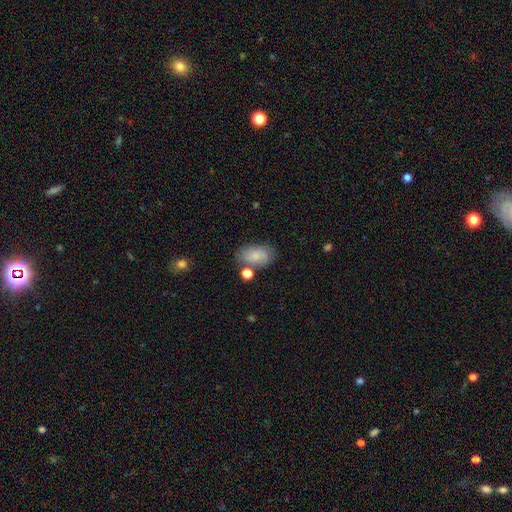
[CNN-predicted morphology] Q: Smooth or featured?
A: smooth (67%); runner-up: featured or disk (24%)
Q: How rounded?
A: in between (86%); runner-up: round (13%)
Q: Merging?
A: none (62%); runner-up: minor disturbance (21%)